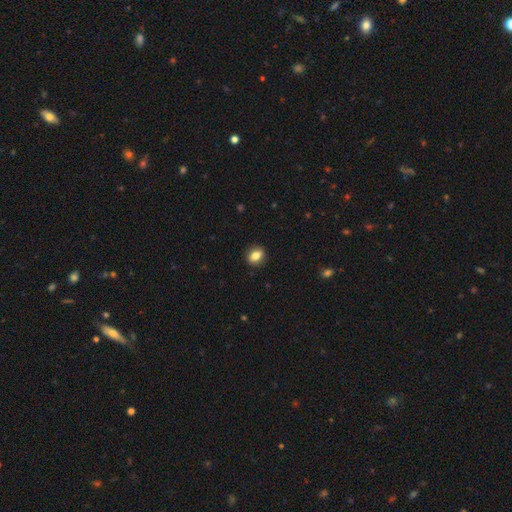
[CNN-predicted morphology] The model was most divided on "how rounded": in between: 54%, round: 43%, cigar-shaped: 2%. More confident: merging — none (90%); smooth or featured — smooth (81%).